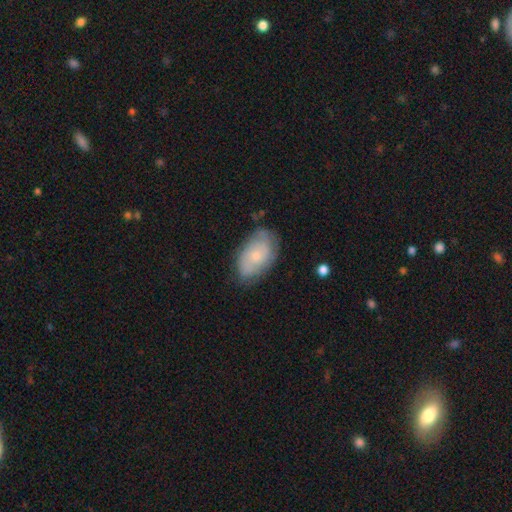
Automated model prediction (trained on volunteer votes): A featured or disk galaxy (49%). Merging: none (69%).